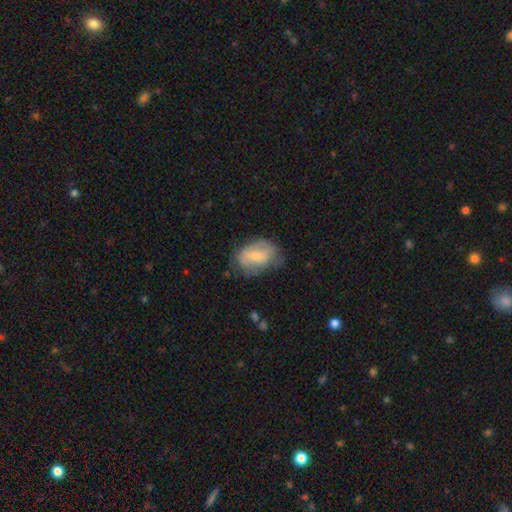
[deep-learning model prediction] smooth-or-featured: smooth: 53% | featured or disk: 40% | star or artifact: 7%
  how-rounded: in between: 79% | round: 20% | cigar-shaped: 1%
  merging: none: 56% | minor disturbance: 30% | major disturbance: 12% | merger: 2%